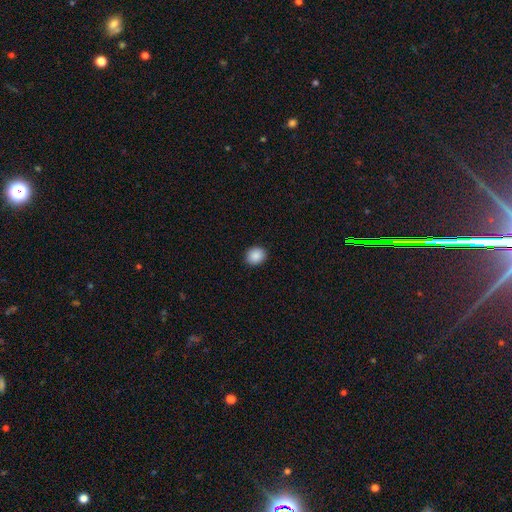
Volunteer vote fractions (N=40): Overall: smooth (85%). How rounded: round (62%; in between 38%). Merging: none (94%).